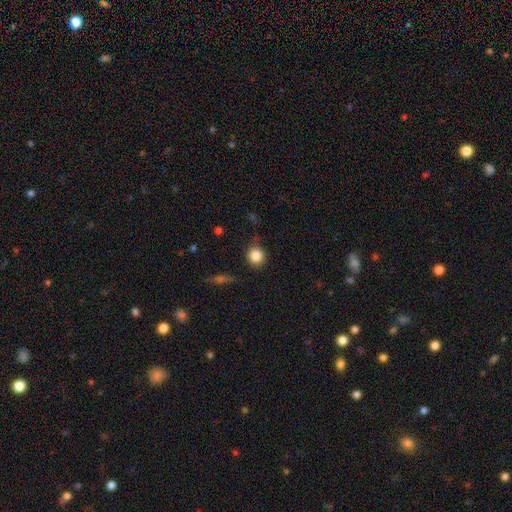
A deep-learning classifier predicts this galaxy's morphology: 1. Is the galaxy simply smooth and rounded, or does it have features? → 84% smooth, 10% star or artifact, 6% featured or disk.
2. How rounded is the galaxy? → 88% round, 10% in between, 1% cigar-shaped.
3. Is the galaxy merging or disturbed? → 79% none, 15% minor disturbance, 4% major disturbance, 3% merger.